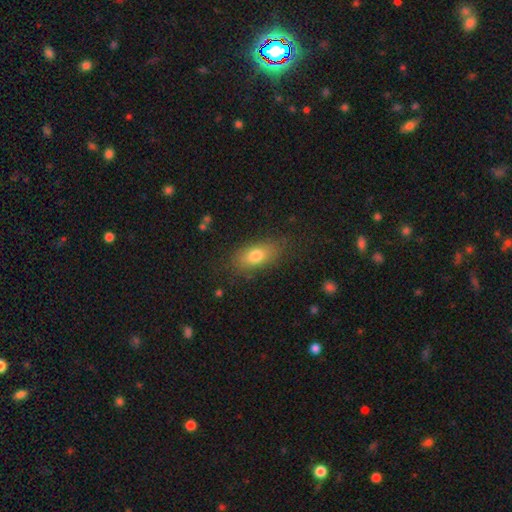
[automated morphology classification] smooth 77%, featured or disk 14%, star or artifact 8%. Down the decision tree: how rounded — in between (84%); merging — none (76%).